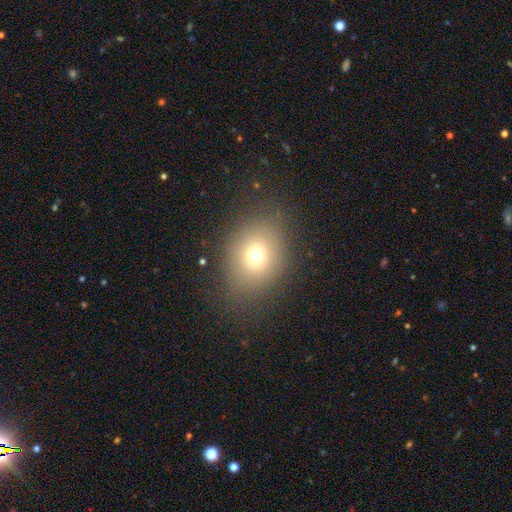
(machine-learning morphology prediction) The model was most divided on "how rounded": in between: 53%, round: 46%, cigar-shaped: 1%. More confident: merging — none (80%); smooth or featured — smooth (70%).